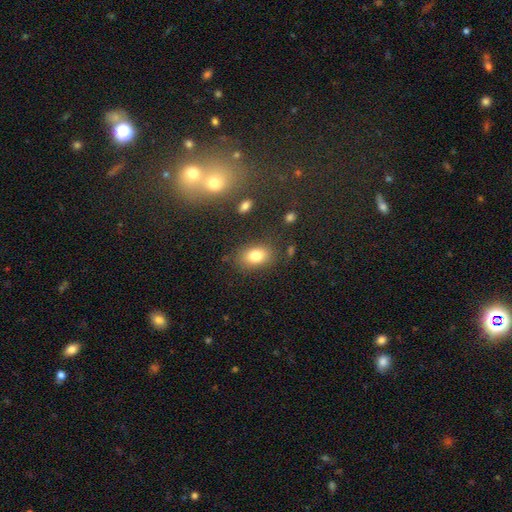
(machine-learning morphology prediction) Overall: smooth (81%). How rounded: in between (79%). Merging: none (80%).